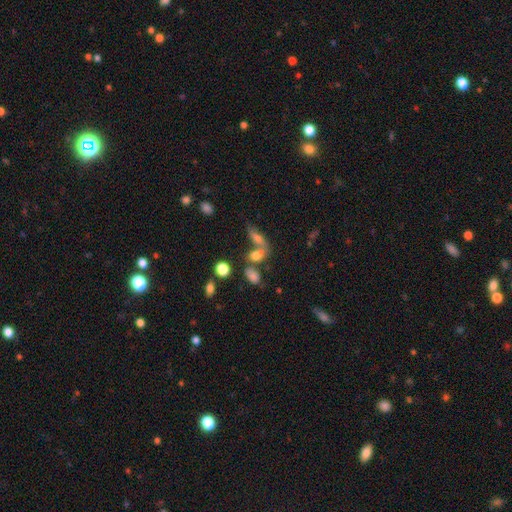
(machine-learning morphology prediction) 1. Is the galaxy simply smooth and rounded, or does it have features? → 66% smooth, 18% featured or disk, 15% star or artifact.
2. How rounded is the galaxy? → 75% in between, 16% round, 8% cigar-shaped.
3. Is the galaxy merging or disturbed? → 51% merger, 31% none, 10% minor disturbance, 8% major disturbance.